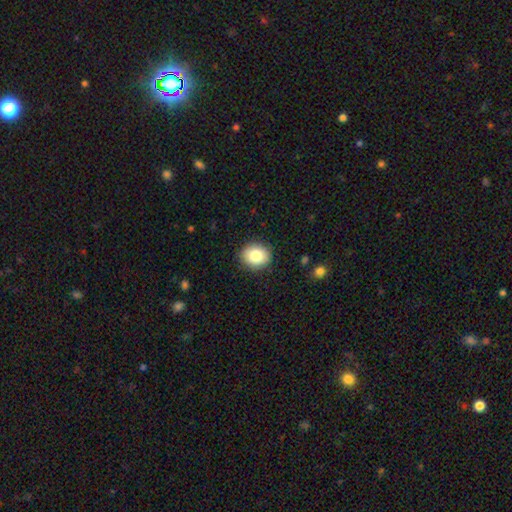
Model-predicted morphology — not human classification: Q: Smooth or featured?
A: smooth (83%); runner-up: featured or disk (9%)
Q: How rounded?
A: round (59%); runner-up: in between (41%)
Q: Merging?
A: none (88%); runner-up: minor disturbance (8%)